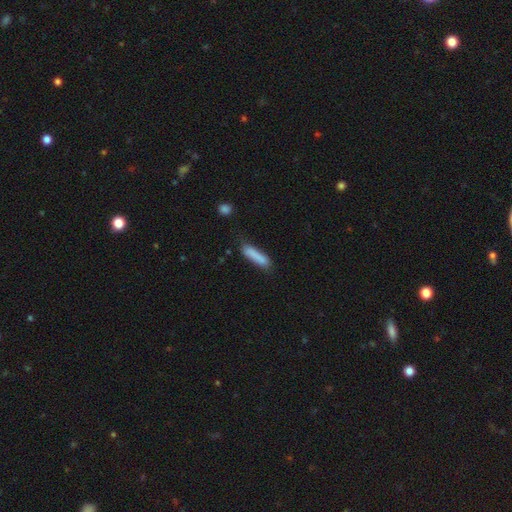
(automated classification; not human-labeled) Smooth or featured? Predicted: smooth (p=0.84). How rounded? Predicted: cigar-shaped (p=0.81). Merging? Predicted: none (p=0.71).